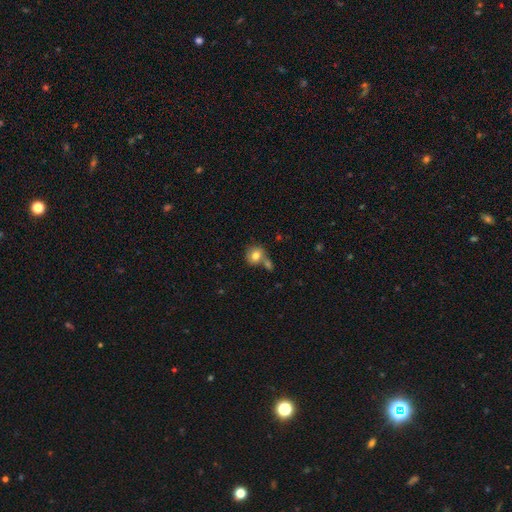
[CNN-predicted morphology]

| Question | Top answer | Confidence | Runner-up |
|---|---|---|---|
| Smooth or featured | smooth | 78% | featured or disk (13%) |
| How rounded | round | 77% | in between (22%) |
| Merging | none | 53% | merger (29%) |